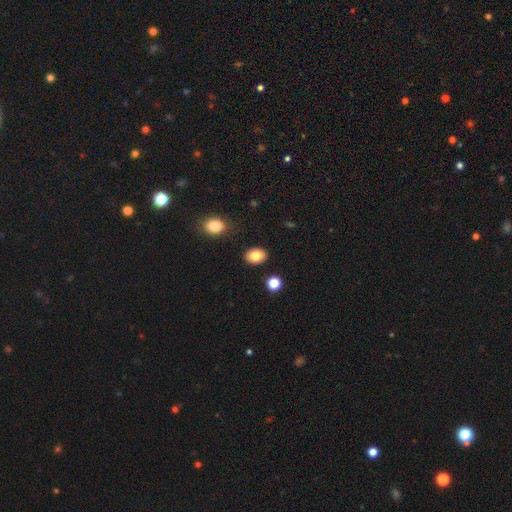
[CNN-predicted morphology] smooth-or-featured: smooth: 83% | featured or disk: 9% | star or artifact: 9%
  how-rounded: in between: 77% | round: 22% | cigar-shaped: 1%
  merging: none: 87% | minor disturbance: 8% | merger: 3% | major disturbance: 2%